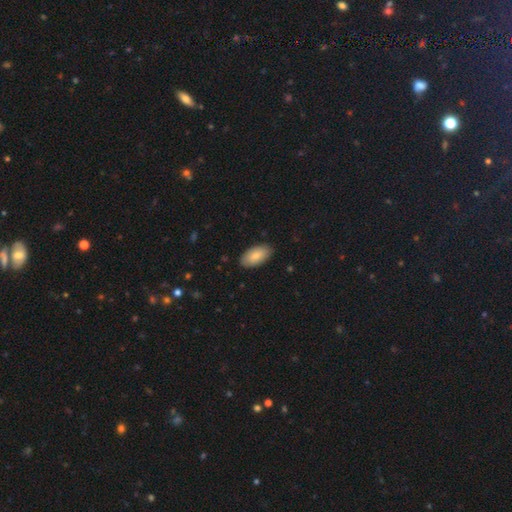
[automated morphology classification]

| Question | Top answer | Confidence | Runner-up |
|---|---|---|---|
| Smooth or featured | smooth | 83% | featured or disk (12%) |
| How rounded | in between | 95% | cigar-shaped (3%) |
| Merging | none | 87% | minor disturbance (10%) |